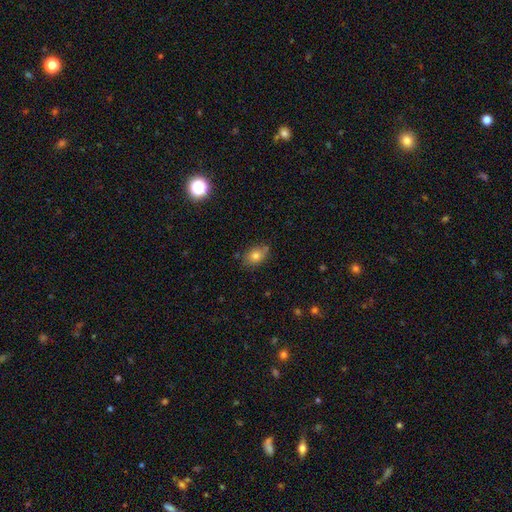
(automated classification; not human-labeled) A smooth galaxy with no disk features (78%) that is in between round and cigar-shaped (74%). Merging: none (74%).